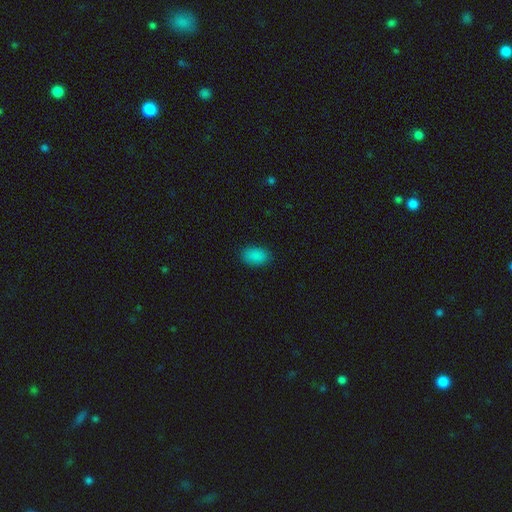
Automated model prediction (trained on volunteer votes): A smooth galaxy with no disk features (87%) that is in between round and cigar-shaped (89%). Merging: none (86%).